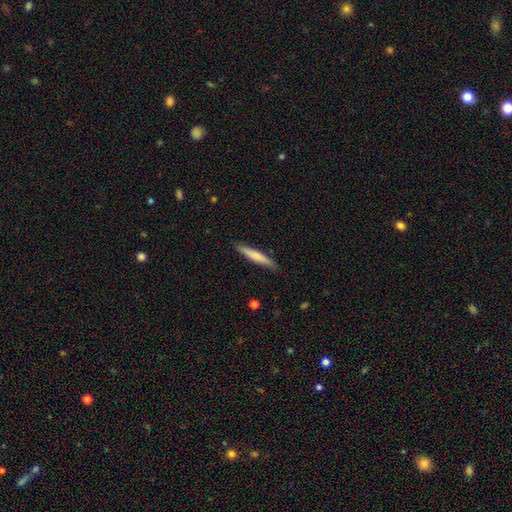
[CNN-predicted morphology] The model was most divided on "smooth or featured": smooth: 66%, featured or disk: 28%, star or artifact: 6%. More confident: how rounded — cigar-shaped (94%); merging — none (87%).